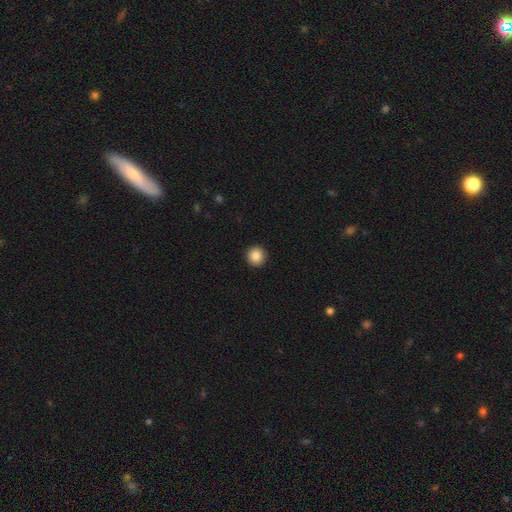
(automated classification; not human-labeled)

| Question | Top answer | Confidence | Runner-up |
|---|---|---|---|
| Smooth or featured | smooth | 86% | star or artifact (9%) |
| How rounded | round | 96% | in between (3%) |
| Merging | none | 94% | minor disturbance (4%) |